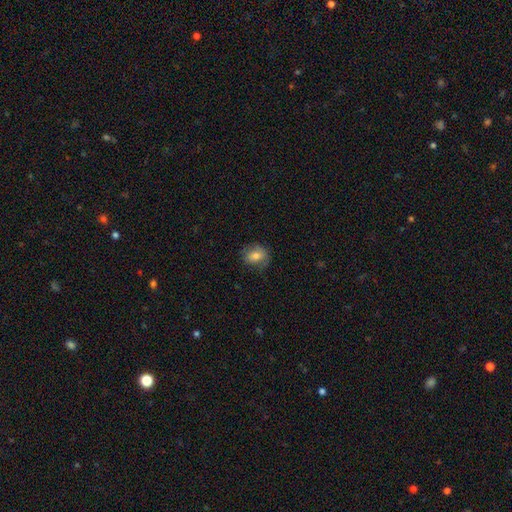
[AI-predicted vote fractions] A smooth galaxy with no disk features (75%) that is in between round and cigar-shaped (55%).

Vote fractions:
- Smooth or featured? smooth: 75% / featured or disk: 17% / star or artifact: 9%
- How rounded? in between: 55% / round: 44% / cigar-shaped: 1%
- Merging? none: 73% / minor disturbance: 20% / major disturbance: 7% / merger: 1%